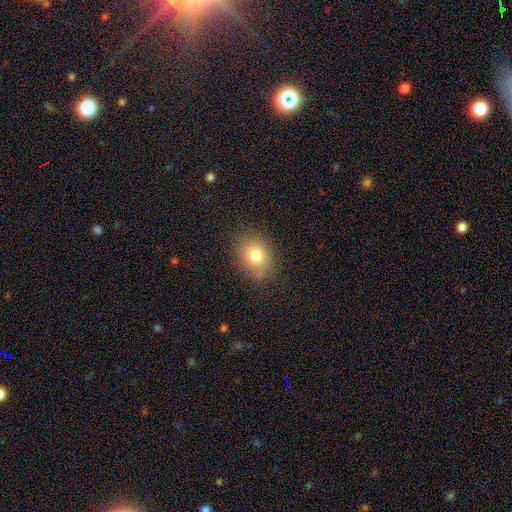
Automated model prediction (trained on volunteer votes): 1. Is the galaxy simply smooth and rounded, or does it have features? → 77% smooth, 12% star or artifact, 11% featured or disk.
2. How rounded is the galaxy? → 56% in between, 43% round, 1% cigar-shaped.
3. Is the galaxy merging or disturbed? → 79% none, 14% minor disturbance, 4% major disturbance, 2% merger.